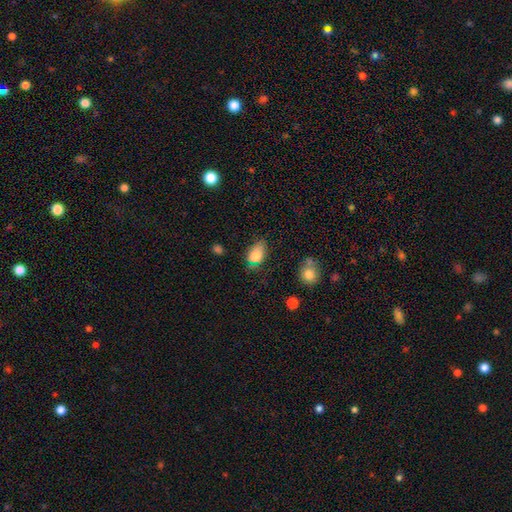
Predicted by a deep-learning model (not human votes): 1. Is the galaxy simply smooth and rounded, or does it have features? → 81% smooth, 11% star or artifact, 8% featured or disk.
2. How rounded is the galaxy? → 88% in between, 10% round, 2% cigar-shaped.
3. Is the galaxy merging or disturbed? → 58% none, 30% minor disturbance, 9% major disturbance, 3% merger.